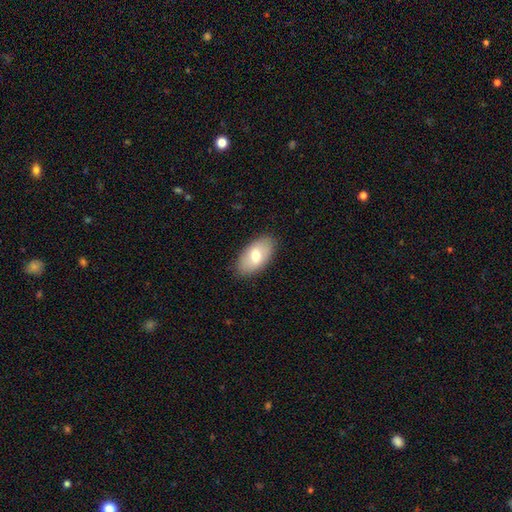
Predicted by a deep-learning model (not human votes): Smooth or featured: smooth — 68% (featured or disk — 25%)
How rounded: in between — 94% (round — 4%)
Merging: none — 87% (minor disturbance — 10%)